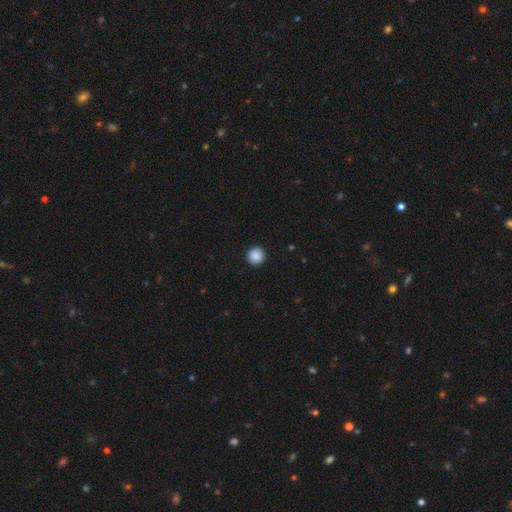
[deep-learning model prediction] Morphology: type=smooth (89%); roundness=round (96%); merging=none (94%).